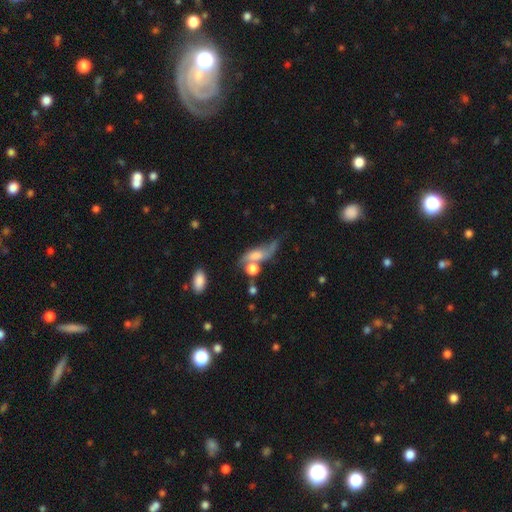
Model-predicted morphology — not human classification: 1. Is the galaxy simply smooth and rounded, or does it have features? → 47% smooth, 41% featured or disk, 12% star or artifact.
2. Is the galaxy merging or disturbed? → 27% merger (tied), 27% none (tied), 27% major disturbance (tied), 20% minor disturbance.